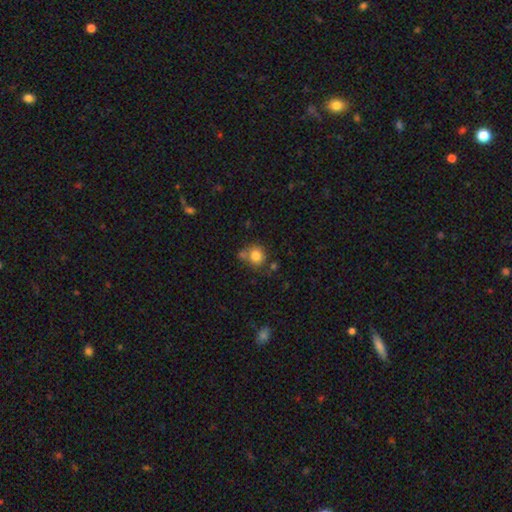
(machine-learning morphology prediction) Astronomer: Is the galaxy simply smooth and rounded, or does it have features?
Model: smooth — 81%.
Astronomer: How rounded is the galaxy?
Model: round — 83%.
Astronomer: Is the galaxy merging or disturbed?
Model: none — 60%.